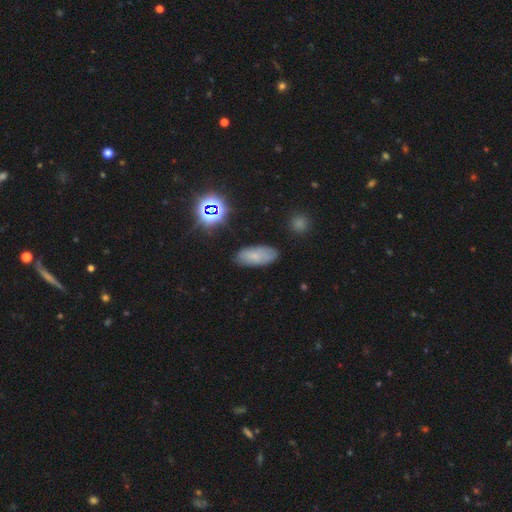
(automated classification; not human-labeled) A smooth galaxy with no disk features (69%) that is in between round and cigar-shaped (89%).

Vote fractions:
- Smooth or featured? smooth: 69% / featured or disk: 17% / star or artifact: 14%
- How rounded? in between: 89% / cigar-shaped: 8% / round: 3%
- Merging? none: 82% / minor disturbance: 13% / major disturbance: 3% / merger: 2%